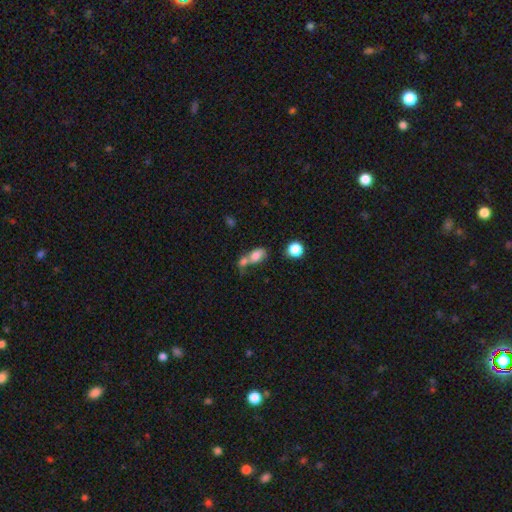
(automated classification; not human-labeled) Overall: smooth (76%). How rounded: in between (79%). Merging: merger (57%; none 26%).